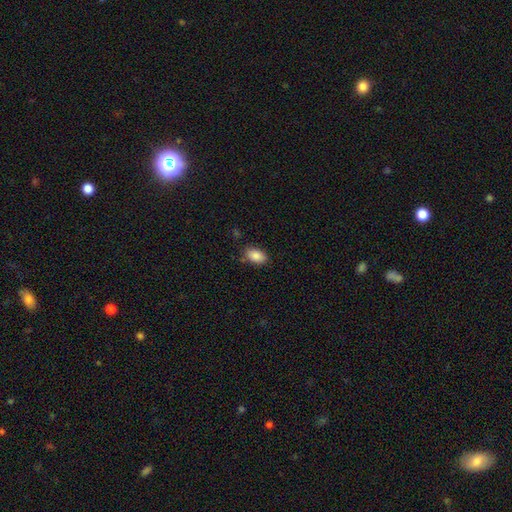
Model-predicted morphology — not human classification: A smooth galaxy with no disk features (88%) that is in between round and cigar-shaped (91%). Merging: none (81%).